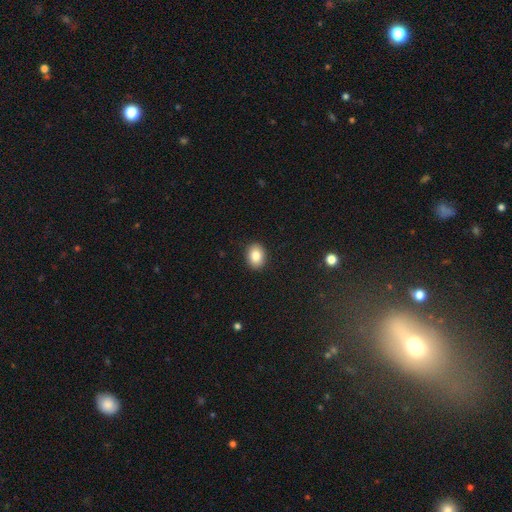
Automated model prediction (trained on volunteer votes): Smooth or featured: smooth — 85% (star or artifact — 9%)
How rounded: in between — 64% (round — 35%)
Merging: none — 90% (minor disturbance — 7%)